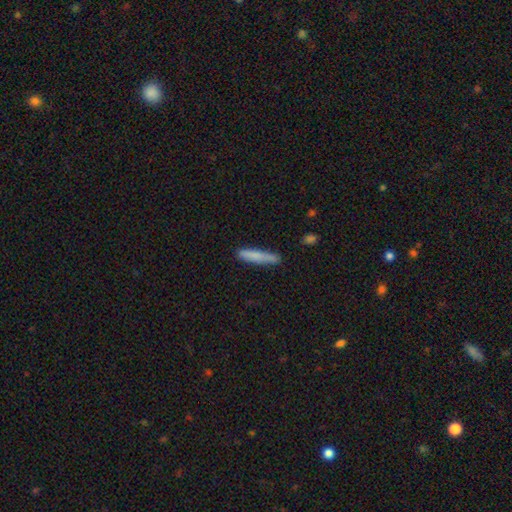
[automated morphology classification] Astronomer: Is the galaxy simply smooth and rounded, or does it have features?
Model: smooth — 79%.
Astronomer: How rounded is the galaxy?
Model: cigar-shaped — 91%.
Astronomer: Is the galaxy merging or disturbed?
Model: none — 81%.